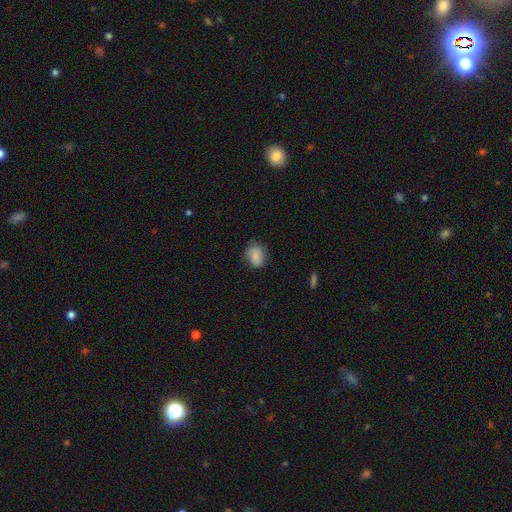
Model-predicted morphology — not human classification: Smooth or featured?
  - smooth: 73% *
  - featured or disk: 18%
  - star or artifact: 9%
How rounded?
  - in between: 56% *
  - round: 42%
  - cigar-shaped: 1%
Merging?
  - none: 58% *
  - minor disturbance: 29%
  - major disturbance: 11%
  - merger: 2%